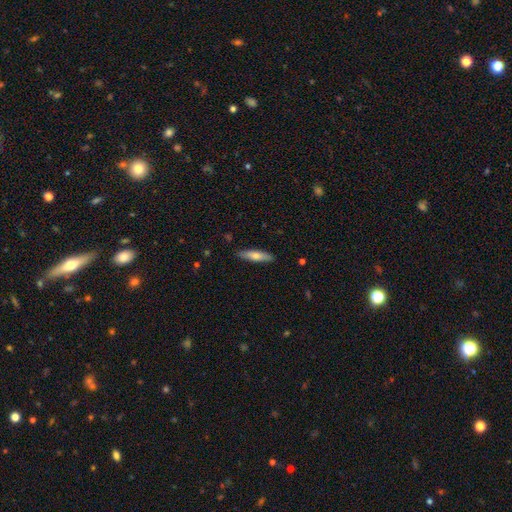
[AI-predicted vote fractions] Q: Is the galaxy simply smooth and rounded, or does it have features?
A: smooth — 64%.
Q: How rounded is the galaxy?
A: cigar-shaped — 76%.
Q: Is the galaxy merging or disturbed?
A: none — 88%.